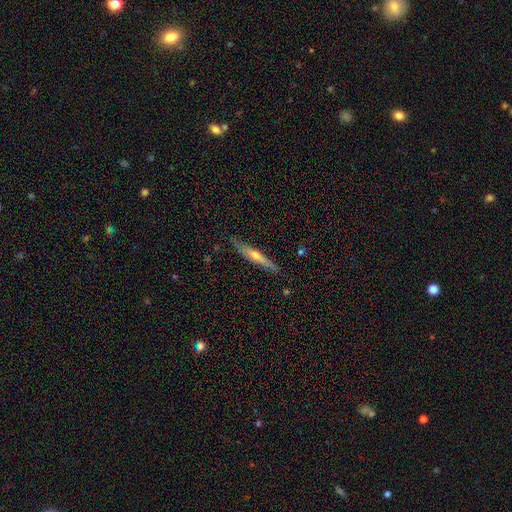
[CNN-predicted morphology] Overall: featured or disk (58%; smooth 36%). Edge-on disk: yes (93%). Edge-on bulge: rounded (78%). Merging: none (84%).